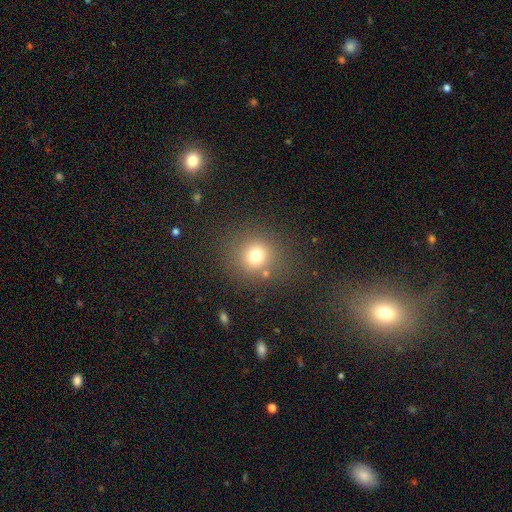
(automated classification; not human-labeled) Q: Smooth or featured?
A: smooth (73%); runner-up: star or artifact (18%)
Q: How rounded?
A: round (89%); runner-up: in between (10%)
Q: Merging?
A: none (83%); runner-up: minor disturbance (9%)